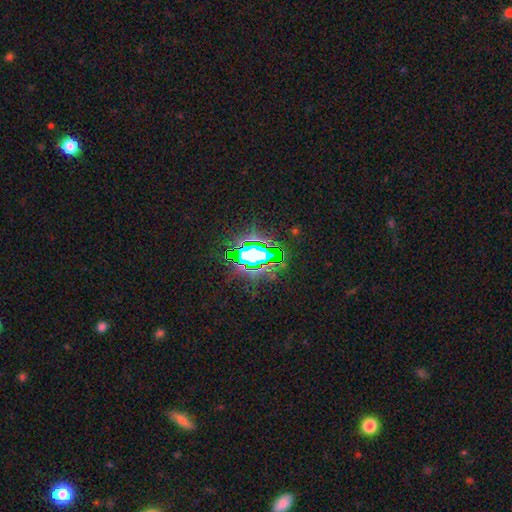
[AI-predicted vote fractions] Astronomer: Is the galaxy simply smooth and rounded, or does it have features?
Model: star or artifact — 73%.